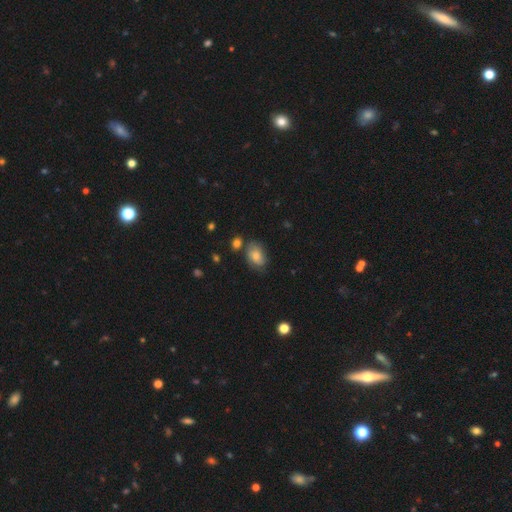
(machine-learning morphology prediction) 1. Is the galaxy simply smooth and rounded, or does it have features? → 68% smooth, 21% featured or disk, 11% star or artifact.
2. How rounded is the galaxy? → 80% in between, 18% round, 1% cigar-shaped.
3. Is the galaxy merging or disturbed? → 65% none, 23% minor disturbance, 6% merger, 6% major disturbance.